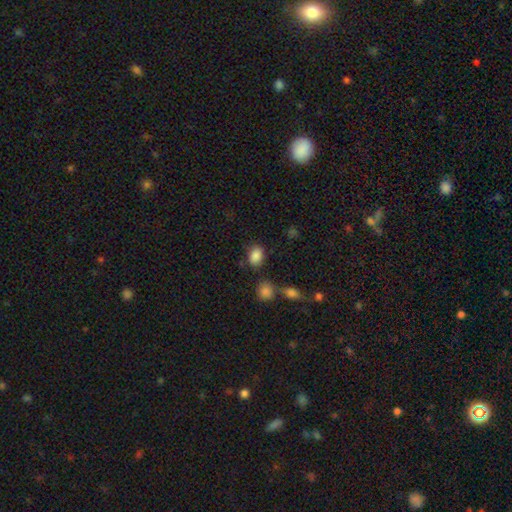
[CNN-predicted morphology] Overall: smooth (86%). How rounded: in between (76%). Merging: none (74%).